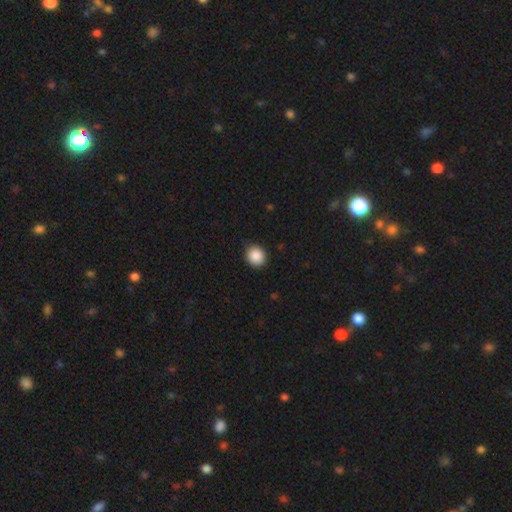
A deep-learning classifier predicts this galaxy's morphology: Smooth or featured: smooth — 89% (star or artifact — 8%)
How rounded: round — 80% (in between — 19%)
Merging: none — 87% (minor disturbance — 10%)